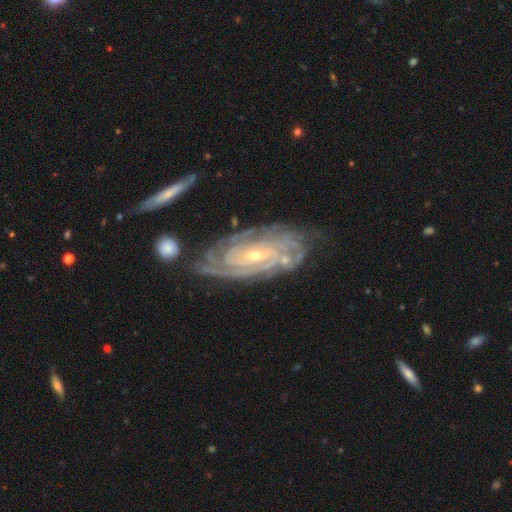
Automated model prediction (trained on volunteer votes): This appears to be a featured or disk galaxy (88%) with no bar (62%), tight (79%) spiral arms (97%) and a small central bulge (72%). Merging: none (69%).